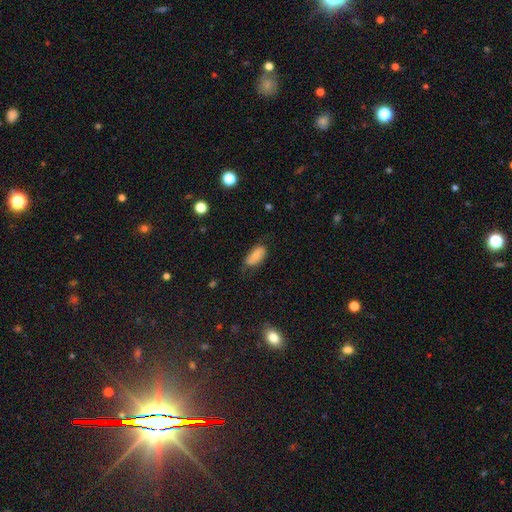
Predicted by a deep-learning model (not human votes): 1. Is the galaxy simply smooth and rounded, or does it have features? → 76% smooth, 16% featured or disk, 8% star or artifact.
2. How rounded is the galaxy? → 91% in between, 5% cigar-shaped, 3% round.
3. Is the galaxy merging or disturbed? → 69% none, 24% minor disturbance, 6% major disturbance, 2% merger.